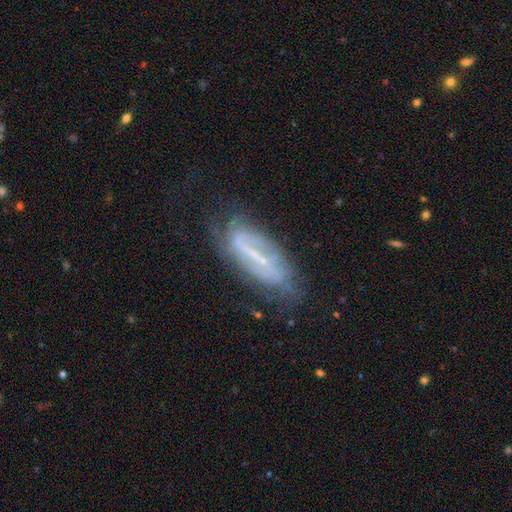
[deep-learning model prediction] The model was most divided on "bar": strong: 55%, weak: 29%, no: 16%. More confident: edge-on disk — no (78%); smooth or featured — featured or disk (72%); spiral arms — yes (71%); merging — none (61%); bulge size — small (57%).